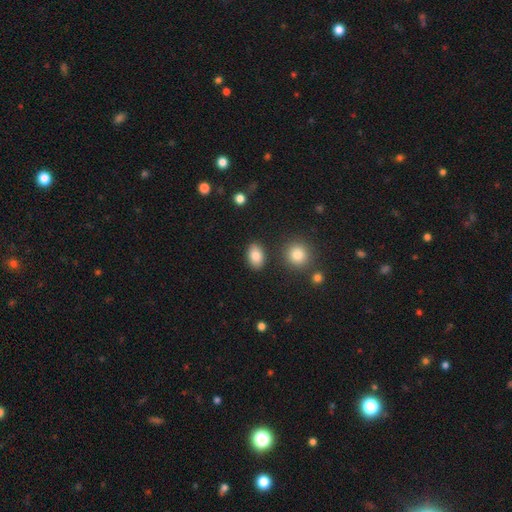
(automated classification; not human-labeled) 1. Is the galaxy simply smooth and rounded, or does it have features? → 86% smooth, 8% star or artifact, 6% featured or disk.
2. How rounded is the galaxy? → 86% in between, 13% round, 2% cigar-shaped.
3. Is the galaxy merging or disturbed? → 86% none, 9% minor disturbance, 3% merger, 2% major disturbance.